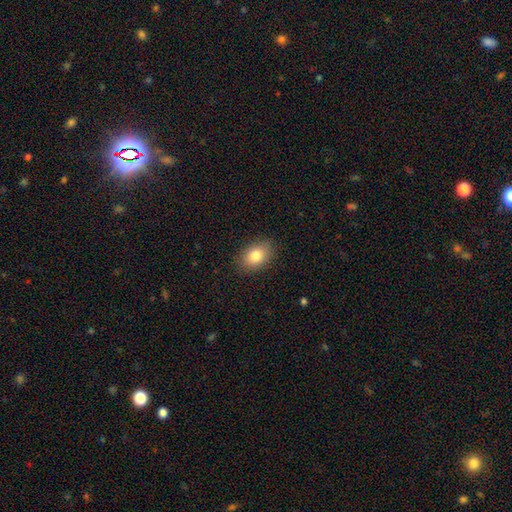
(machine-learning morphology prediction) smooth 82%, featured or disk 9%, star or artifact 9%. Down the decision tree: how rounded — in between (81%); merging — none (87%).